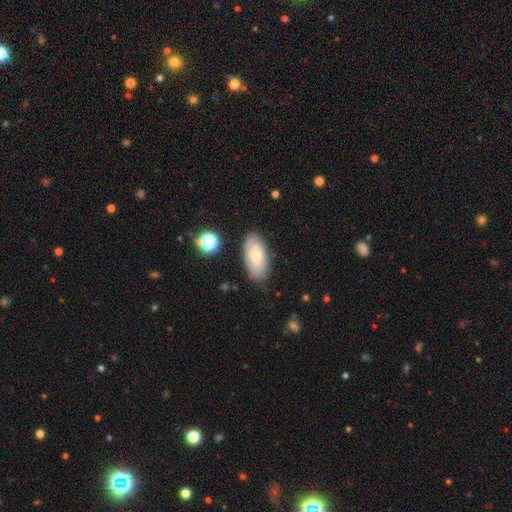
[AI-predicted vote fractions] A smooth galaxy with no disk features (62%) that is in between round and cigar-shaped (91%).

Vote fractions:
- Smooth or featured? smooth: 62% / featured or disk: 30% / star or artifact: 8%
- How rounded? in between: 91% / cigar-shaped: 5% / round: 4%
- Merging? none: 82% / minor disturbance: 13% / major disturbance: 3% / merger: 2%